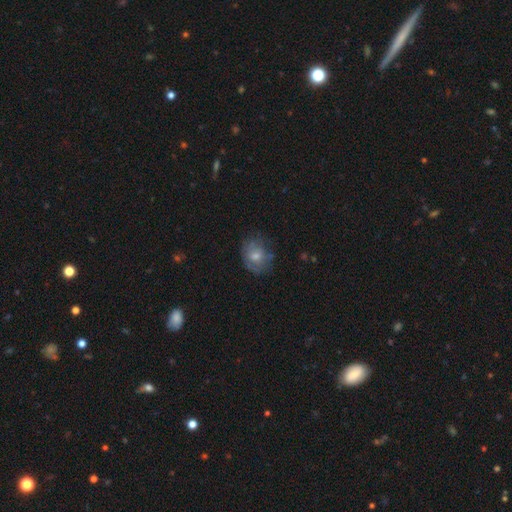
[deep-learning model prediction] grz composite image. It shows a smooth galaxy with no disk features (51%) that is round (52%). Merging: none (67%).